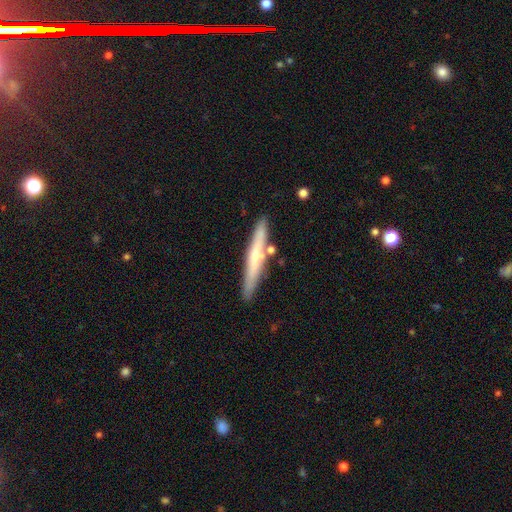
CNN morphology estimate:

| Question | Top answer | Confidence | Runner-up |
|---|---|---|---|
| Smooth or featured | smooth | 49% | featured or disk (46%) |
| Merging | none | 81% | minor disturbance (10%) |